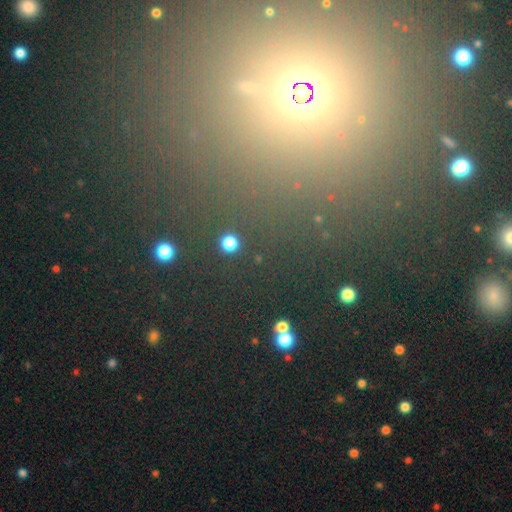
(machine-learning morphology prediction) This is likely a star or artifact rather than a galaxy (66%).